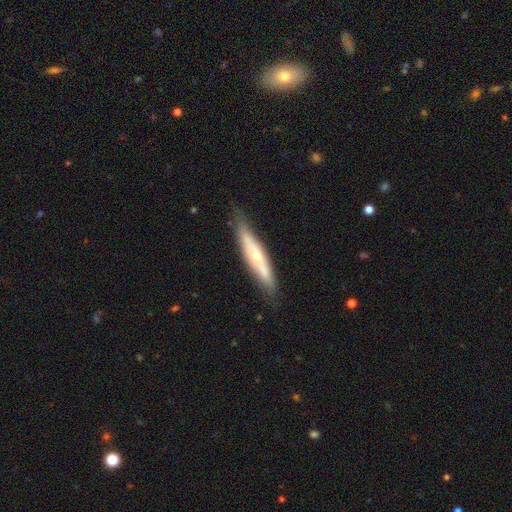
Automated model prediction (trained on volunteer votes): A featured or disk galaxy (56%) viewed edge-on (70%).

Vote fractions:
- Smooth or featured? featured or disk: 56% / smooth: 37% / star or artifact: 6%
- Edge-on disk? yes: 70% / no: 30%
- Merging? none: 76% / minor disturbance: 18% / major disturbance: 4% / merger: 2%